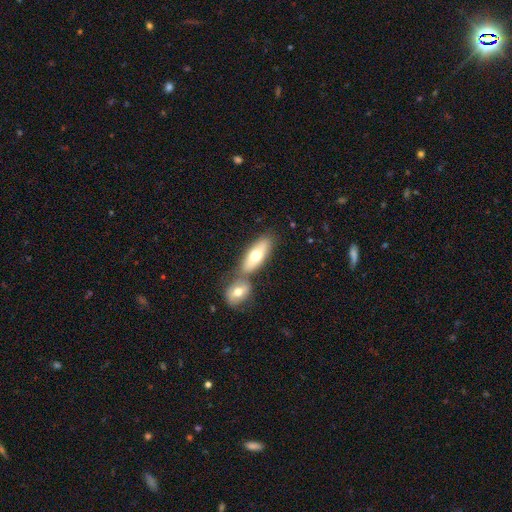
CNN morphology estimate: Q: Smooth or featured?
A: smooth (63%); runner-up: featured or disk (31%)
Q: How rounded?
A: in between (71%); runner-up: cigar-shaped (26%)
Q: Merging?
A: none (49%); runner-up: merger (39%)